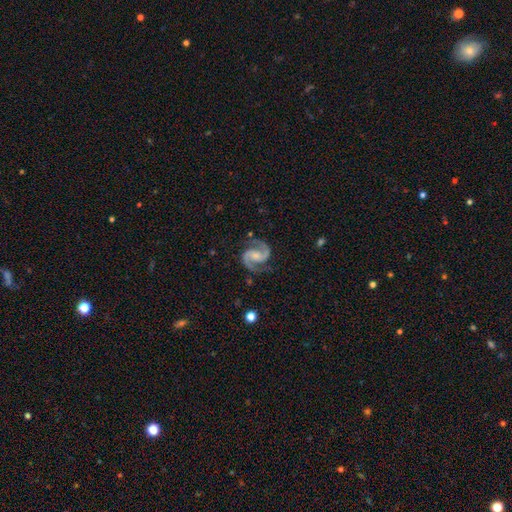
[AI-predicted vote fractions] smooth-or-featured: featured or disk: 94% | star or artifact: 4% | smooth: 3%
  disk-edge-on: no: 98% | yes: 2%
    bar: no: 45% | weak: 39% | strong: 16%
    has-spiral-arms: yes: 99% | no: 1%
      spiral-winding: medium: 65% | tight: 22% | loose: 13%
      spiral-arm-count: 2: 95% | can't tell: 1% | 3: 1% | 1: 1% | 4: 1% | more than 4: 1%
    bulge-size: small: 38% | moderate: 35% | none: 21% | large: 5% | dominant: 1%
  merging: none: 82% | minor disturbance: 12% | major disturbance: 4% | merger: 2%